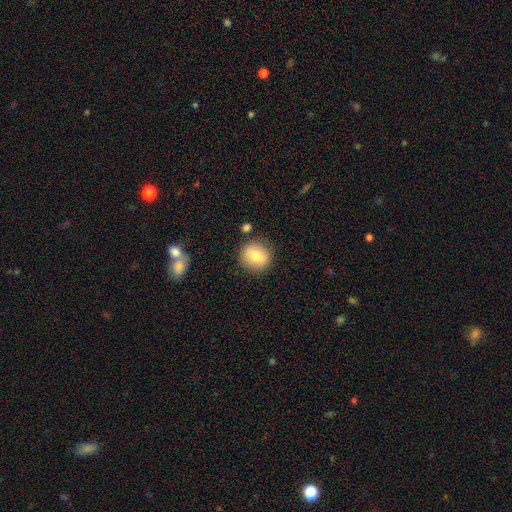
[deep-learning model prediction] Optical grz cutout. It shows a smooth galaxy with no disk features (75%) that is round (88%). Merging: none (84%).